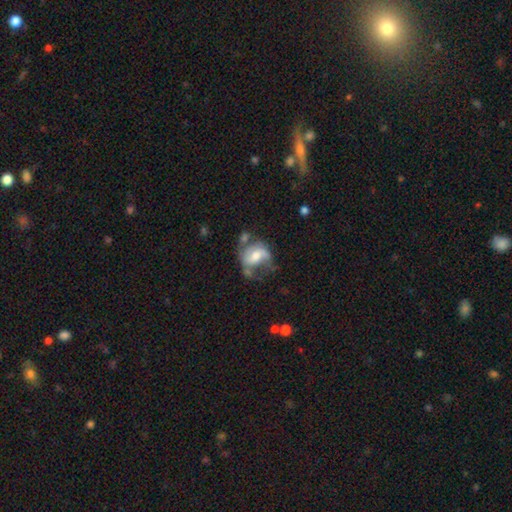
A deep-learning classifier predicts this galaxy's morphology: smooth_or_featured: featured or disk (p=0.64) [alt: smooth p=0.29]
disk_edge_on: no (p=0.97) [alt: yes p=0.03]
bar: weak (p=0.42) [alt: no p=0.41]
has_spiral_arms: yes (p=0.78) [alt: no p=0.22]
bulge_size: moderate (p=0.61) [alt: small p=0.24]
merging: none (p=0.34) [alt: major disturbance p=0.27]